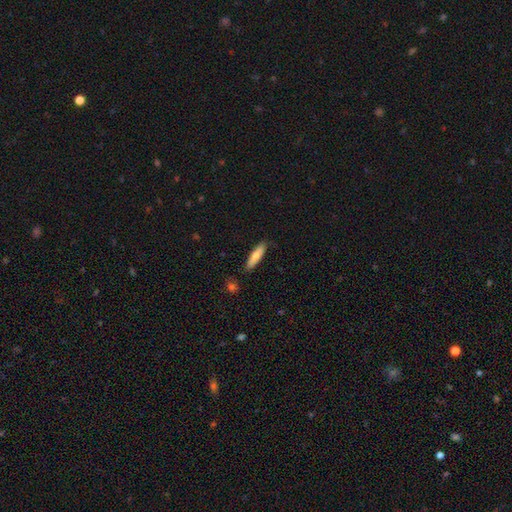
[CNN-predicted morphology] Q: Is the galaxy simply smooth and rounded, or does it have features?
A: smooth — 72%.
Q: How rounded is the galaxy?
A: cigar-shaped — 74%.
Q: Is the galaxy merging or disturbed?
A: none — 84%.